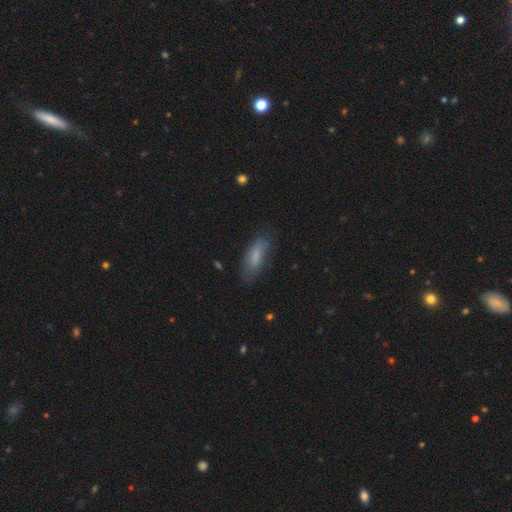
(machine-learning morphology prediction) smooth 77%, featured or disk 16%, star or artifact 8%. Down the decision tree: how rounded — in between (67%); merging — none (68%).